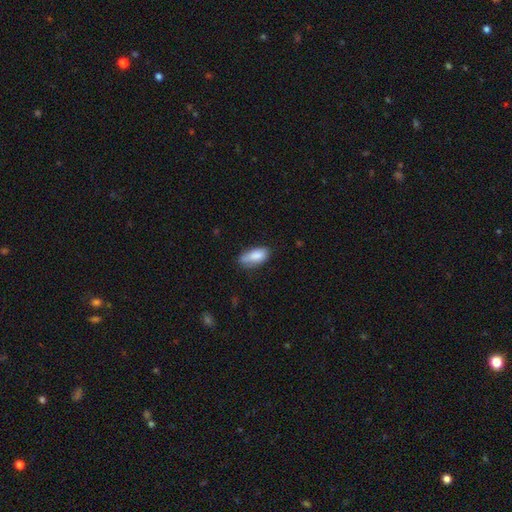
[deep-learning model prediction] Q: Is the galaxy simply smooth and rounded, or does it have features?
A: smooth — 84%.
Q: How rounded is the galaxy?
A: in between — 85%.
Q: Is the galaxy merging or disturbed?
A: none — 57%.